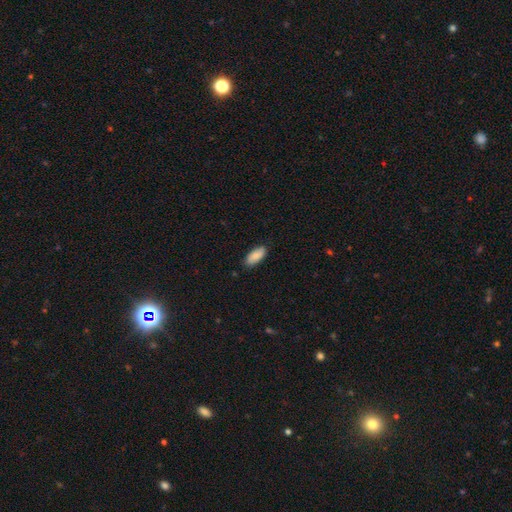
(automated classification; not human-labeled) Smooth or featured? smooth (85%)
How rounded? in between (87%)
Merging? none (85%)